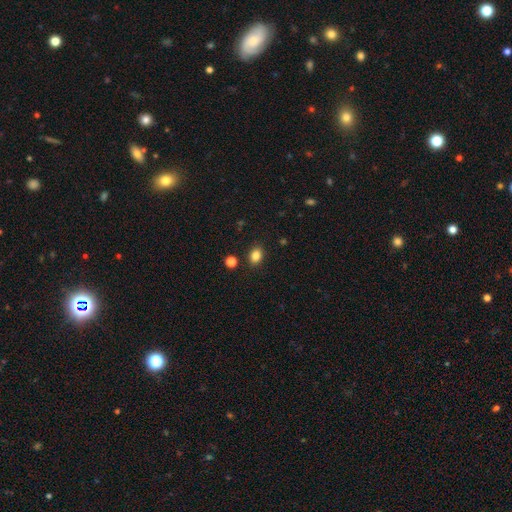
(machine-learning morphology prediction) smooth_or_featured: smooth (p=0.84) [alt: star or artifact p=0.11]
how_rounded: in between (p=0.65) [alt: round p=0.34]
merging: none (p=0.86) [alt: minor disturbance p=0.09]